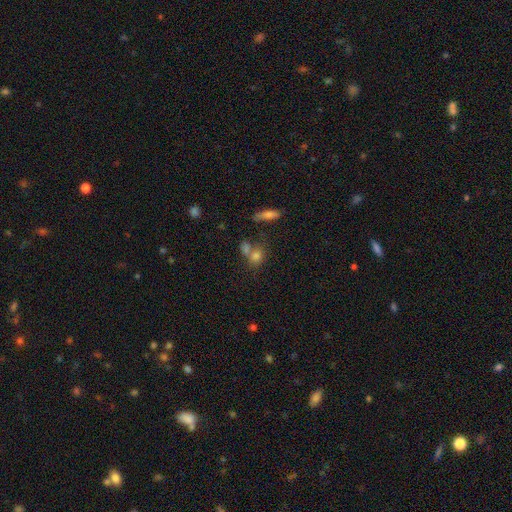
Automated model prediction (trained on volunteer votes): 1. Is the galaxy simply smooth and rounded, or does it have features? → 74% smooth, 13% featured or disk, 13% star or artifact.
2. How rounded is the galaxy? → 56% round, 40% in between, 4% cigar-shaped.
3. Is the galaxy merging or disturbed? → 43% none, 42% merger, 10% minor disturbance, 5% major disturbance.